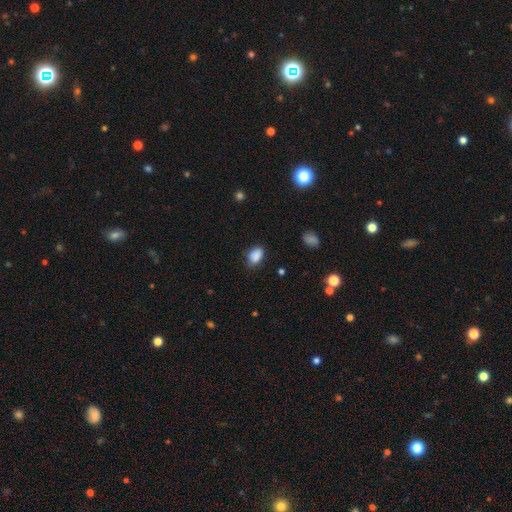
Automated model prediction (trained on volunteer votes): Smooth or featured: smooth — 87% (star or artifact — 9%)
How rounded: in between — 83% (round — 16%)
Merging: none — 73% (minor disturbance — 21%)